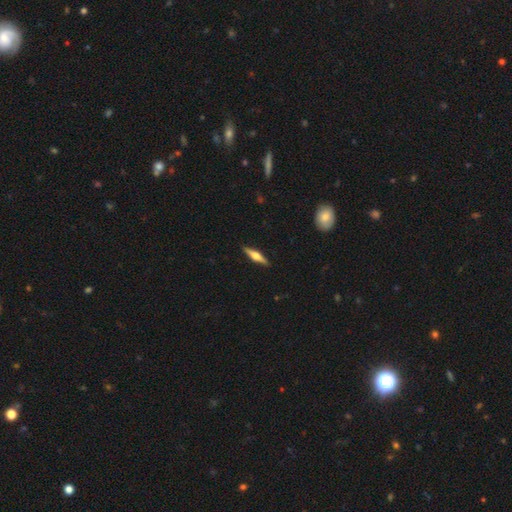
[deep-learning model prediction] Morphology: type=featured or disk (66%); edge-on=yes (97%); edge-on bulge=rounded (92%); merging=none (91%).